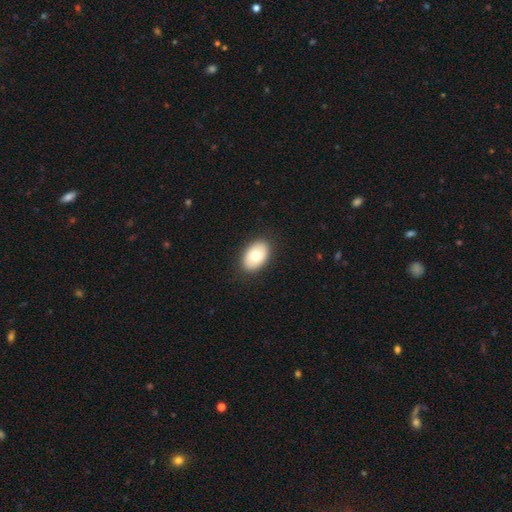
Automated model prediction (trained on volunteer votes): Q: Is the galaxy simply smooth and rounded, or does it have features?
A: smooth — 74%.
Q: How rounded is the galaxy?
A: in between — 89%.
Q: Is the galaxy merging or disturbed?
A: none — 88%.